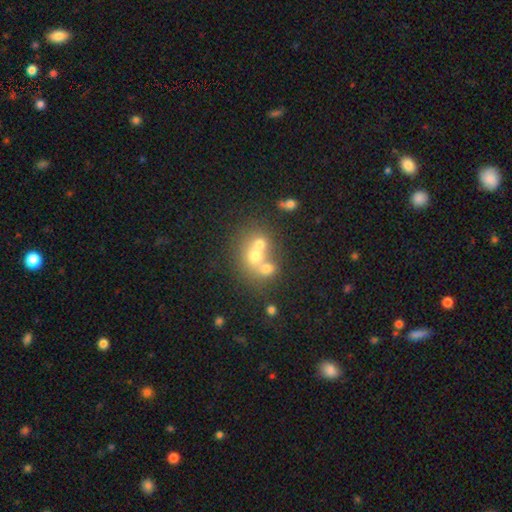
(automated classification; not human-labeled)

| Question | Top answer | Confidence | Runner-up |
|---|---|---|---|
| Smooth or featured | smooth | 59% | featured or disk (26%) |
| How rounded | round | 70% | in between (29%) |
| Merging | merger | 61% | none (29%) |